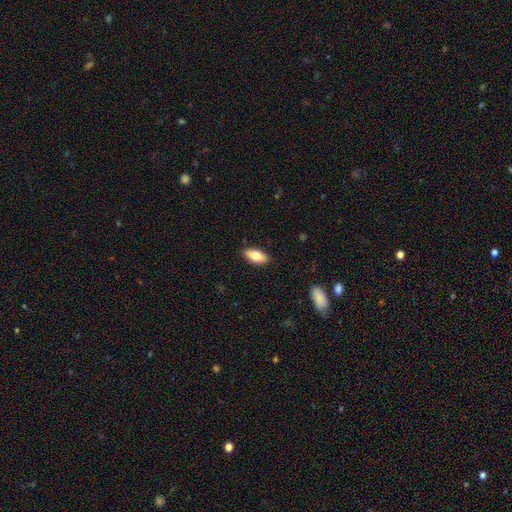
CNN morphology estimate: Overall: smooth (77%). How rounded: in between (87%). Merging: none (89%).